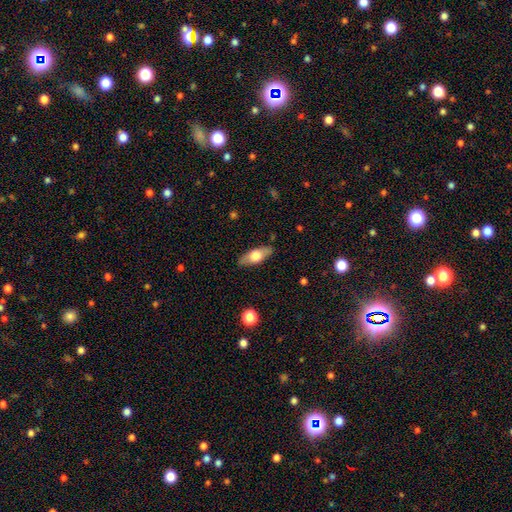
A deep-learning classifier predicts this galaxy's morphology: smooth-or-featured: smooth: 57% | featured or disk: 37% | star or artifact: 6%
  how-rounded: in between: 71% | cigar-shaped: 26% | round: 3%
  merging: none: 85% | minor disturbance: 11% | major disturbance: 2% | merger: 1%